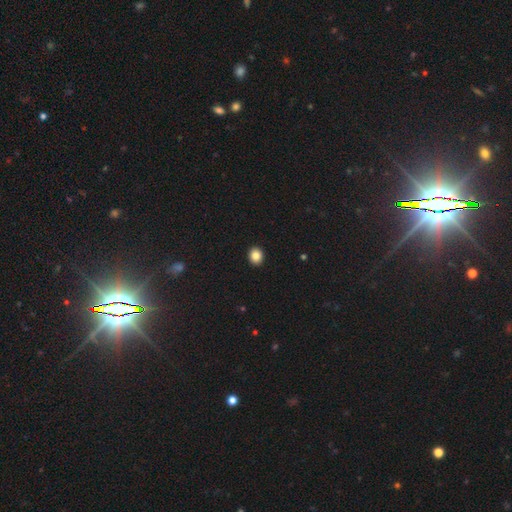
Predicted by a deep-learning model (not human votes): The model was most divided on "how rounded": round: 71%, in between: 28%, cigar-shaped: 1%. More confident: merging — none (93%); smooth or featured — smooth (85%).